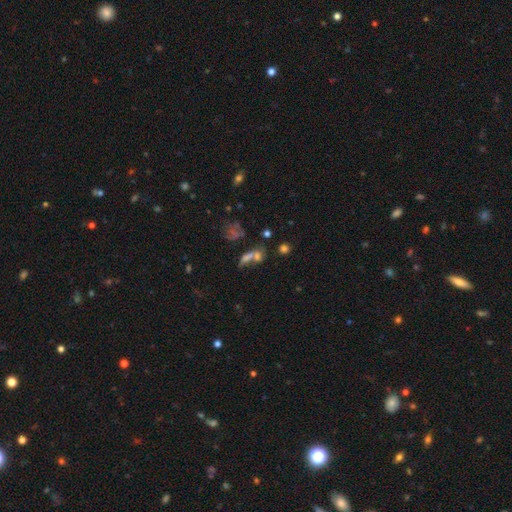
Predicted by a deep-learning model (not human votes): smooth-or-featured: smooth: 50% | star or artifact: 29% | featured or disk: 22%
  merging: merger: 41% | none: 39% | minor disturbance: 10% | major disturbance: 10%